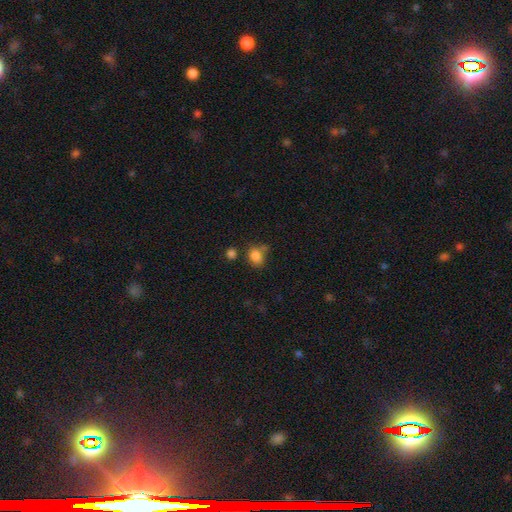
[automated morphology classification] The model was most divided on "how rounded": in between: 57%, round: 42%, cigar-shaped: 1%. More confident: smooth or featured — smooth (83%); merging — none (59%).